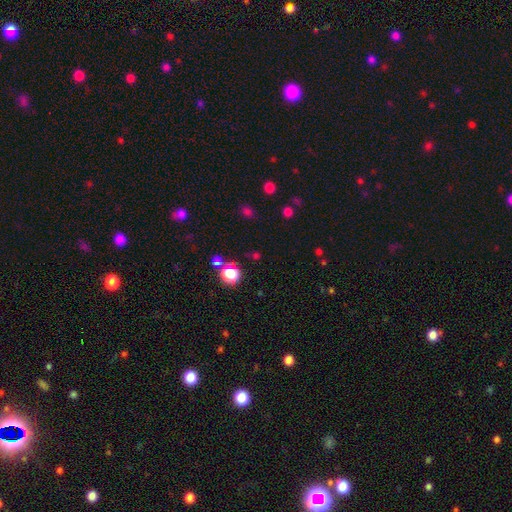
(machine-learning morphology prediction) star or artifact 49%, smooth 44%, featured or disk 7%.